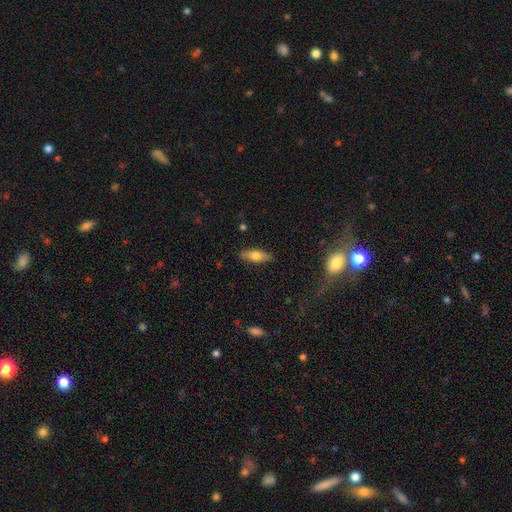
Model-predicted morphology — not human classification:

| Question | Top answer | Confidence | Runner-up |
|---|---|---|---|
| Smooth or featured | smooth | 61% | featured or disk (32%) |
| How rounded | in between | 52% | cigar-shaped (45%) |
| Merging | none | 87% | minor disturbance (9%) |